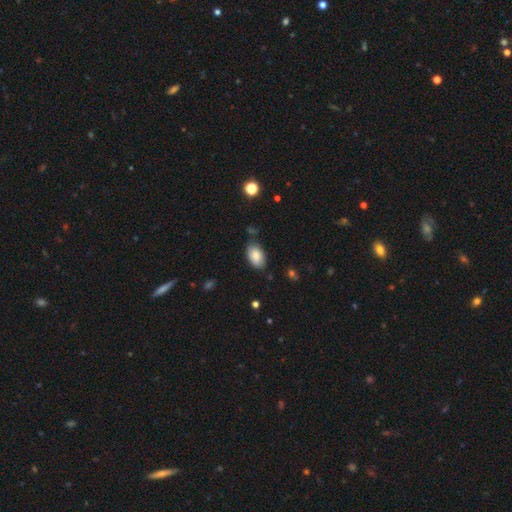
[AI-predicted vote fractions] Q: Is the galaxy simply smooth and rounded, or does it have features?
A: smooth — 84%.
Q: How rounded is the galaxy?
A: in between — 93%.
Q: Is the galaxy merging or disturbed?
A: none — 78%.